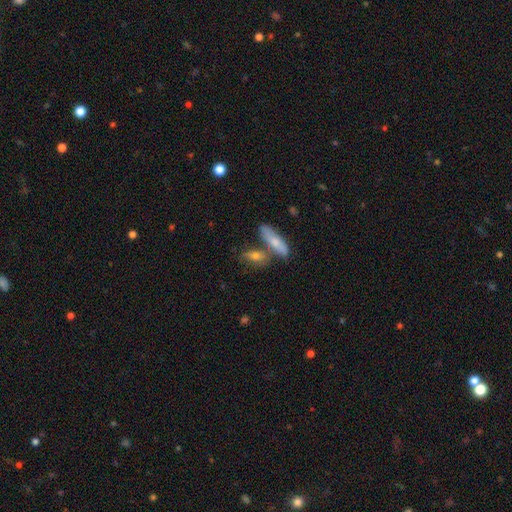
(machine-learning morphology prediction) The model was most divided on "how rounded": in between: 53%, cigar-shaped: 41%, round: 7%. More confident: smooth or featured — smooth (66%); merging — none (51%).